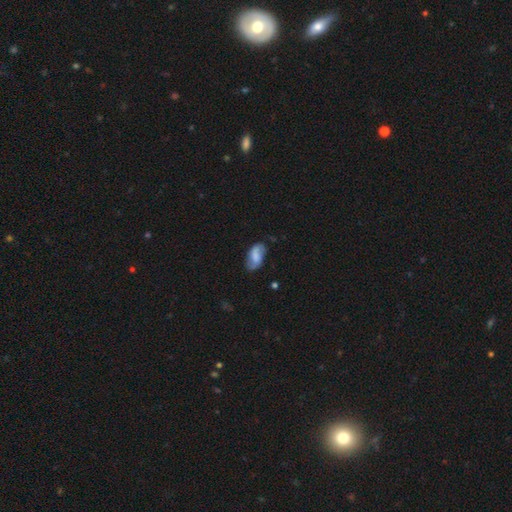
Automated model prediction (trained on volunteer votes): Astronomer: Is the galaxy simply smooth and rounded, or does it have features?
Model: smooth — 54% (runner-up: featured or disk, 38%).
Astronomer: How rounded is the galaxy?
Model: in between — 92%.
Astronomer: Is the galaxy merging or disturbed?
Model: none — 65%.